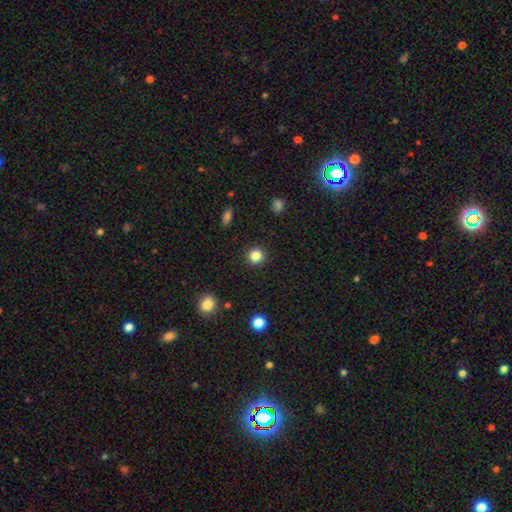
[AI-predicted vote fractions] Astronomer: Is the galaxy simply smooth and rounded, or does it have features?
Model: smooth — 84%.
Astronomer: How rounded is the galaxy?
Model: round — 94%.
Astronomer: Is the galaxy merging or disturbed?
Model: none — 92%.